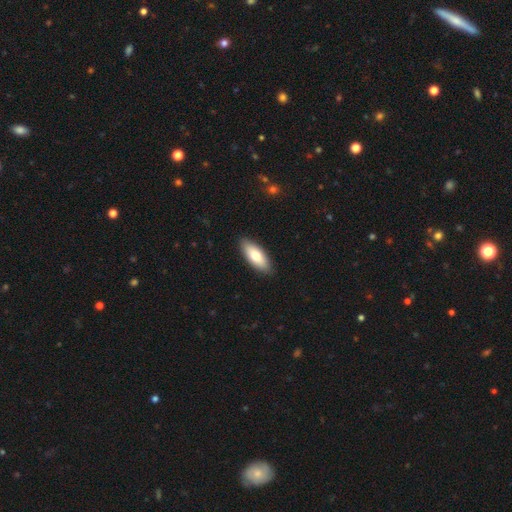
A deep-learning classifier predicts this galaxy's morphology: This is likely a smooth galaxy (75%). How rounded: likely in between (77%). Merging: clearly none (89%).